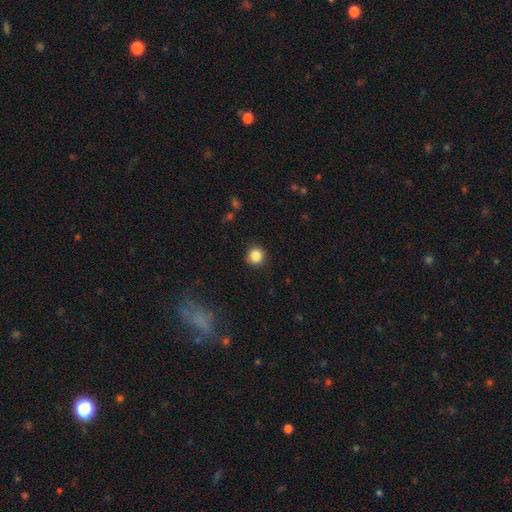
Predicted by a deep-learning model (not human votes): The model was most divided on "smooth or featured": smooth: 86%, star or artifact: 10%, featured or disk: 4%. More confident: how rounded — round (93%); merging — none (88%).